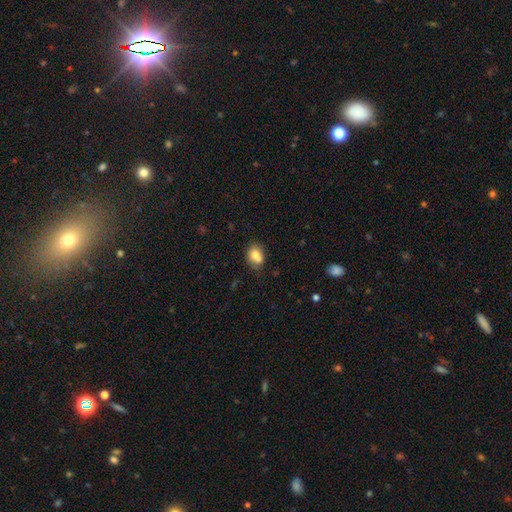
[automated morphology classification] smooth 75%, featured or disk 15%, star or artifact 10%. Down the decision tree: how rounded — in between (64%); merging — none (49%).